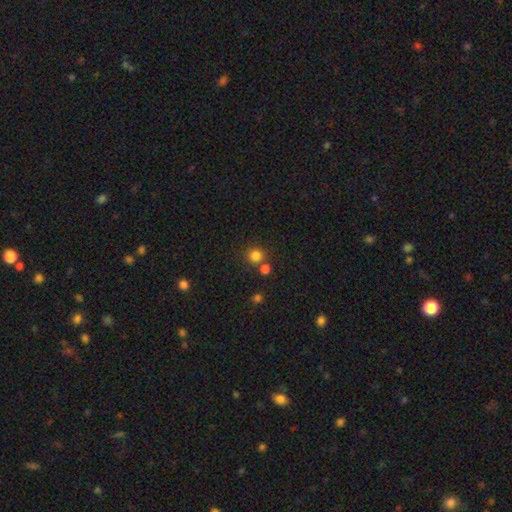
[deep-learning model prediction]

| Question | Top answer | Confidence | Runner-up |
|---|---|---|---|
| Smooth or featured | smooth | 82% | star or artifact (14%) |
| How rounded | round | 90% | in between (9%) |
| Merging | none | 74% | merger (15%) |